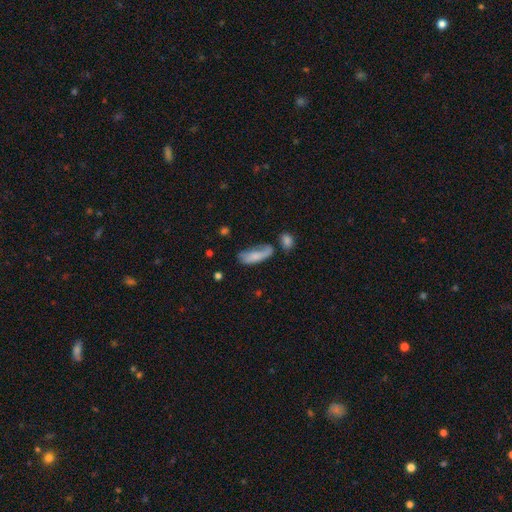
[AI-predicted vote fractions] Overall: smooth (67%). How rounded: in between (69%). Merging: none (35%; minor disturbance 27%).